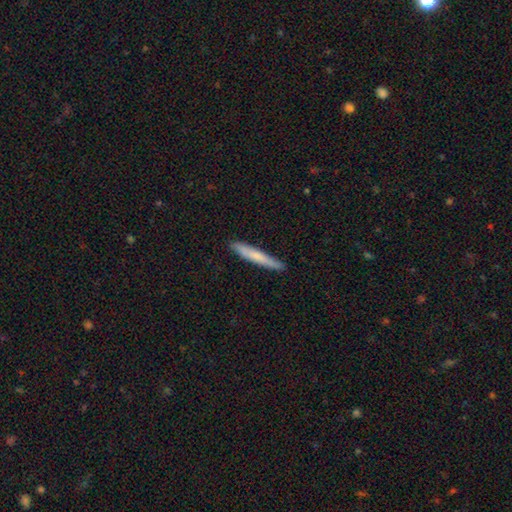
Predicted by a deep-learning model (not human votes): smooth_or_featured: smooth (p=0.67) [alt: featured or disk p=0.27]
how_rounded: cigar-shaped (p=0.95) [alt: in between p=0.03]
merging: none (p=0.88) [alt: minor disturbance p=0.09]